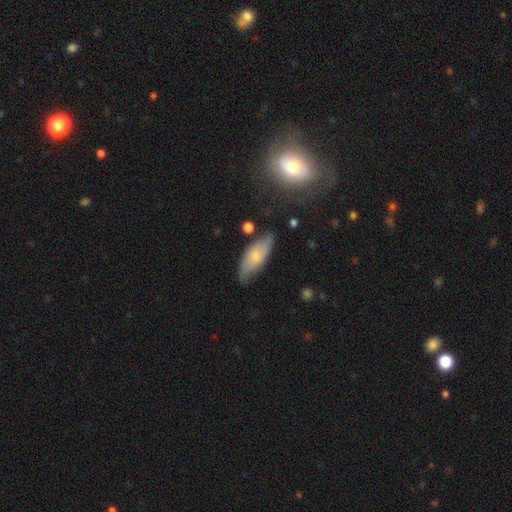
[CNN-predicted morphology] Smooth or featured? Predicted: smooth (p=0.59). How rounded? Predicted: in between (p=0.79). Merging? Predicted: none (p=0.66).